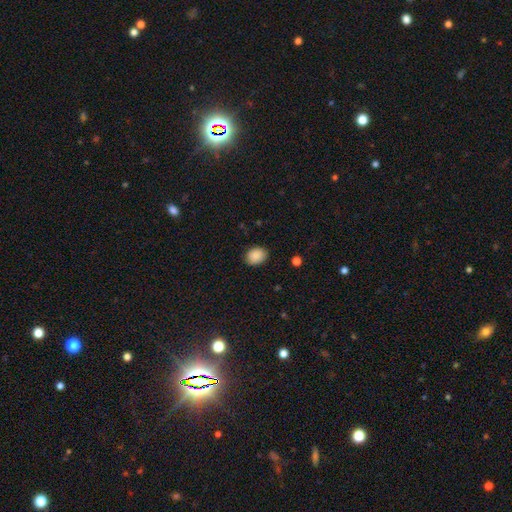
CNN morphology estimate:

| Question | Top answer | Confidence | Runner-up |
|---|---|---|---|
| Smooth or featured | smooth | 89% | star or artifact (7%) |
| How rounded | in between | 58% | round (41%) |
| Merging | none | 83% | minor disturbance (14%) |